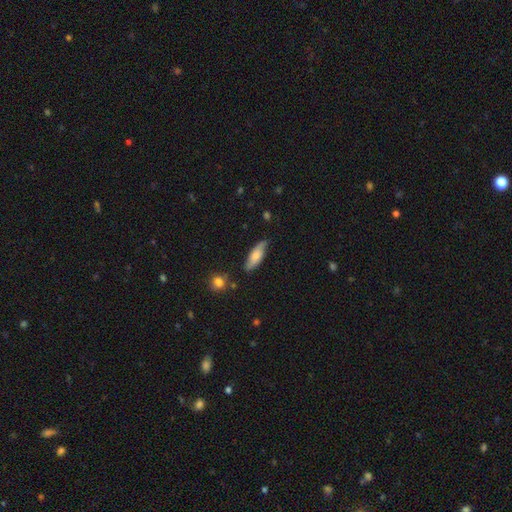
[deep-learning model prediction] Q: Smooth or featured?
A: smooth (66%); runner-up: featured or disk (28%)
Q: How rounded?
A: in between (61%); runner-up: cigar-shaped (37%)
Q: Merging?
A: none (73%); runner-up: minor disturbance (21%)